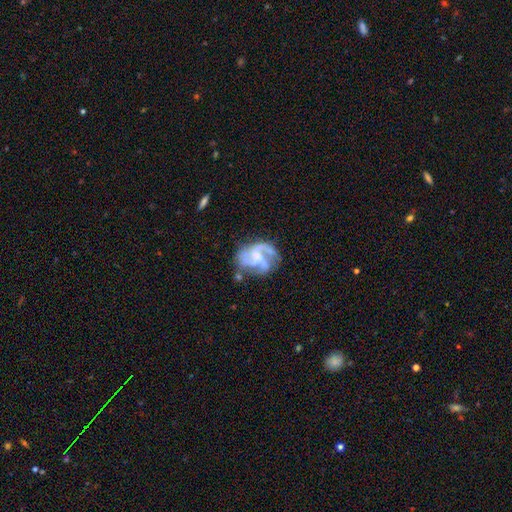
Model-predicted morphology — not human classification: featured or disk 85%, smooth 9%, star or artifact 7%. Down the decision tree: edge-on disk — no (98%); bar — weak (43%); spiral arms — yes (94%); spiral arm count — 3 (51%); spiral winding — medium (50%); bulge size — small (50%); merging — none (54%).